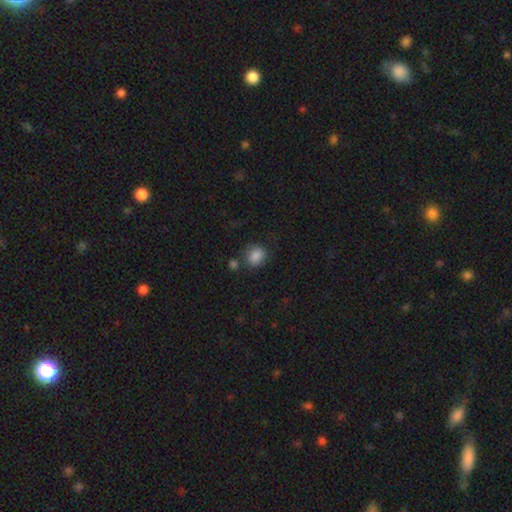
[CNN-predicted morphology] Q: Smooth or featured?
A: smooth (85%); runner-up: star or artifact (10%)
Q: How rounded?
A: round (59%); runner-up: in between (40%)
Q: Merging?
A: none (69%); runner-up: minor disturbance (16%)